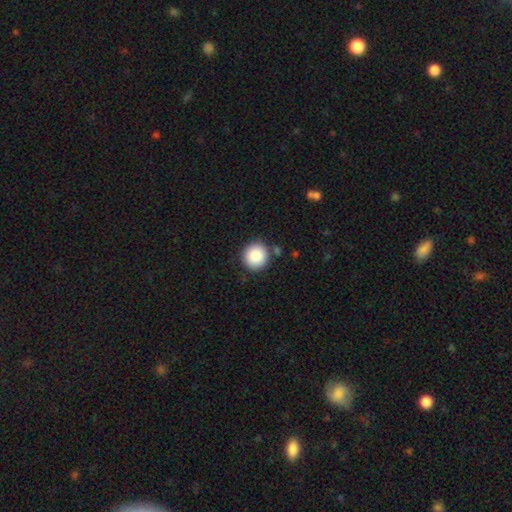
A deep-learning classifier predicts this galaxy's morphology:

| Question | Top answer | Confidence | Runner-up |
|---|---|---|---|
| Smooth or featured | smooth | 88% | star or artifact (8%) |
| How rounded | round | 92% | in between (7%) |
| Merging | none | 87% | minor disturbance (8%) |